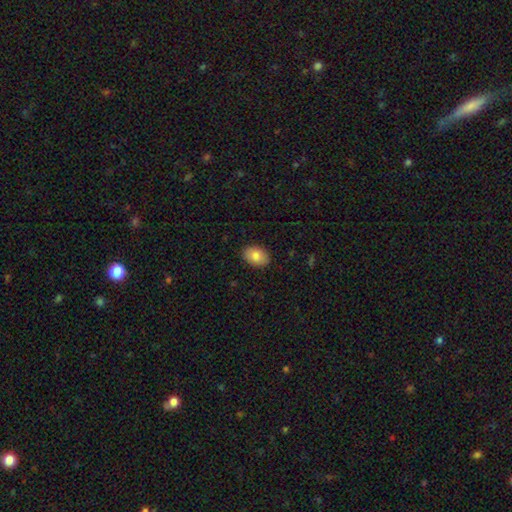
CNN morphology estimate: Overall: smooth (83%). How rounded: in between (84%). Merging: none (89%).